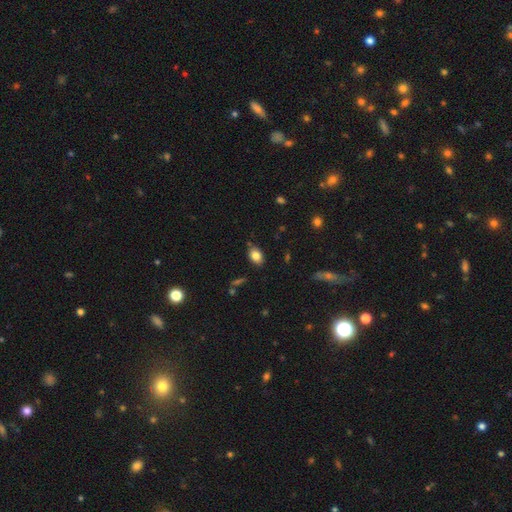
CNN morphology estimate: This is clearly a smooth galaxy (82%). How rounded: clearly in between (80%). Merging: clearly none (83%).